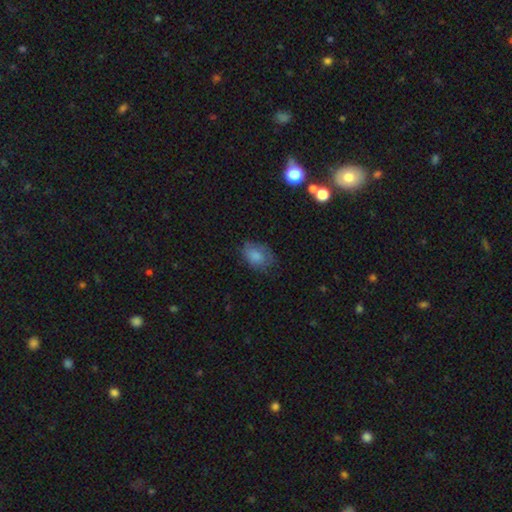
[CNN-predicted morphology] Smooth or featured: smooth — 77% (featured or disk — 14%)
How rounded: in between — 81% (round — 18%)
Merging: none — 63% (minor disturbance — 26%)